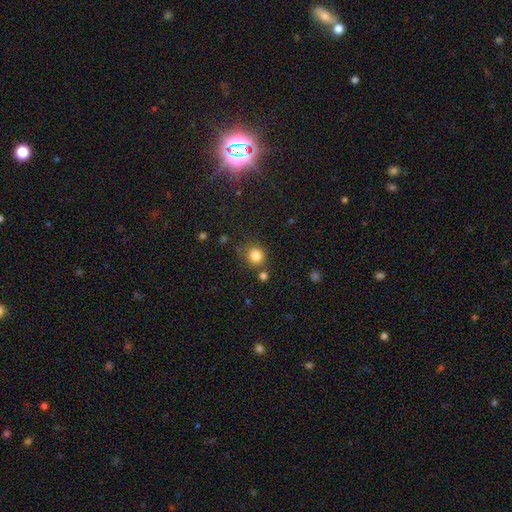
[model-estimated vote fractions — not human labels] smooth_or_featured: smooth (p=0.83) [alt: star or artifact p=0.12]
how_rounded: round (p=0.87) [alt: in between p=0.12]
merging: none (p=0.72) [alt: minor disturbance p=0.13]